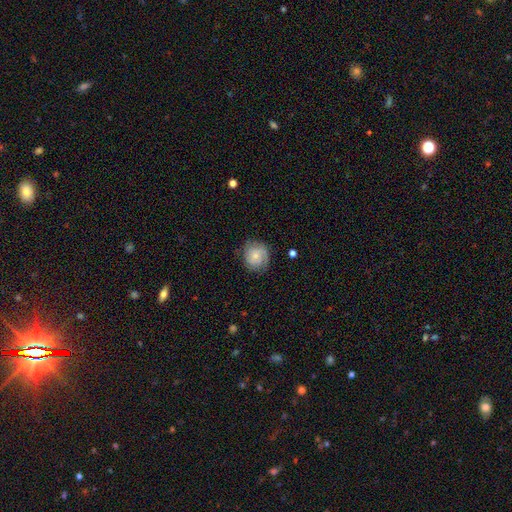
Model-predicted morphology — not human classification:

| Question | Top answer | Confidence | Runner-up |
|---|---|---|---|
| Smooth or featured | featured or disk | 48% | smooth (44%) |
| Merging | none | 74% | minor disturbance (19%) |